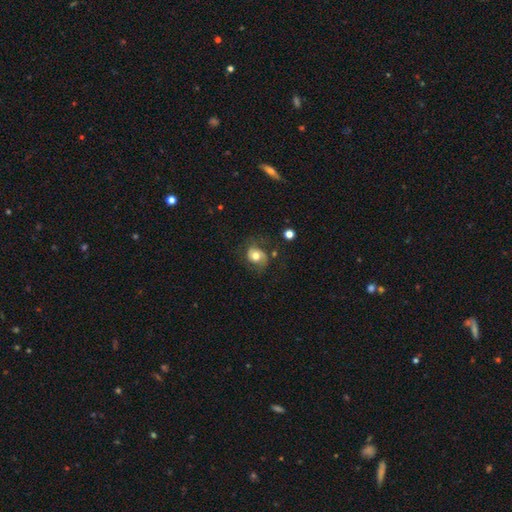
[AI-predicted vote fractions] This appears to be a smooth galaxy with no disk features (46%). Merging: none (58%).